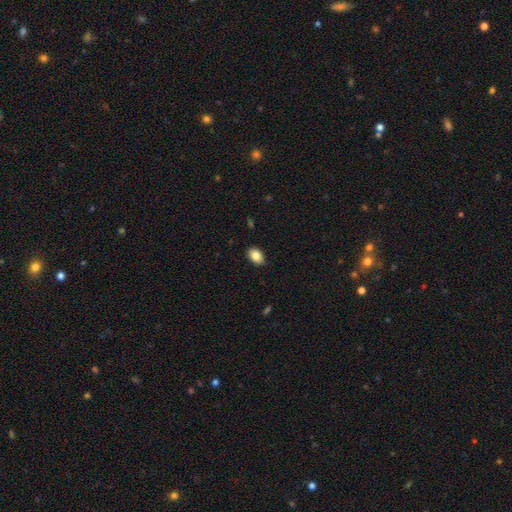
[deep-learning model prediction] smooth_or_featured: smooth (p=0.84) [alt: featured or disk p=0.08]
how_rounded: in between (p=0.84) [alt: round p=0.15]
merging: none (p=0.85) [alt: minor disturbance p=0.12]